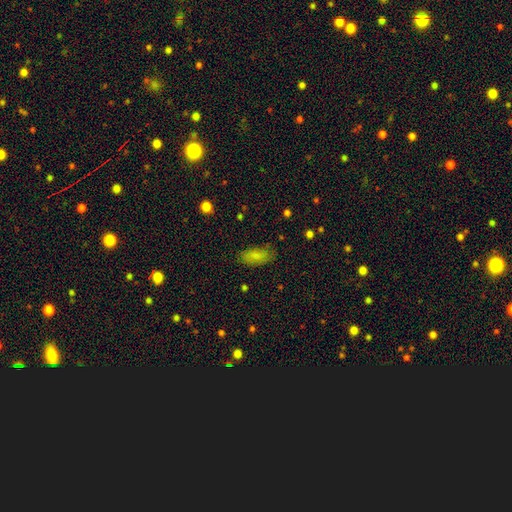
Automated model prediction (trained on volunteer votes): smooth-or-featured: smooth: 84% | star or artifact: 8% | featured or disk: 8%
  how-rounded: in between: 89% | cigar-shaped: 9% | round: 3%
  merging: none: 79% | minor disturbance: 15% | major disturbance: 4% | merger: 1%